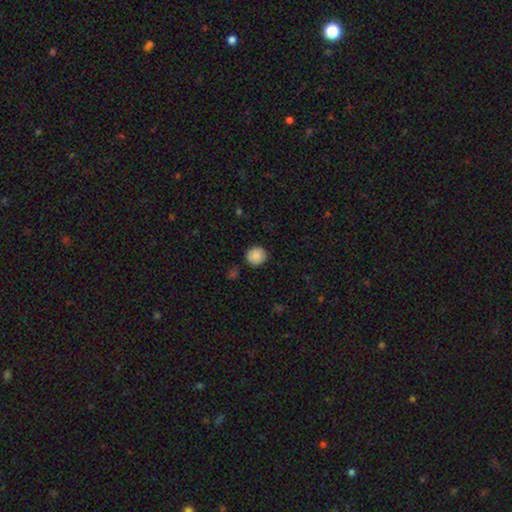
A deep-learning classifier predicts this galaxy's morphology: Overall: smooth (88%). How rounded: round (92%). Merging: none (88%).